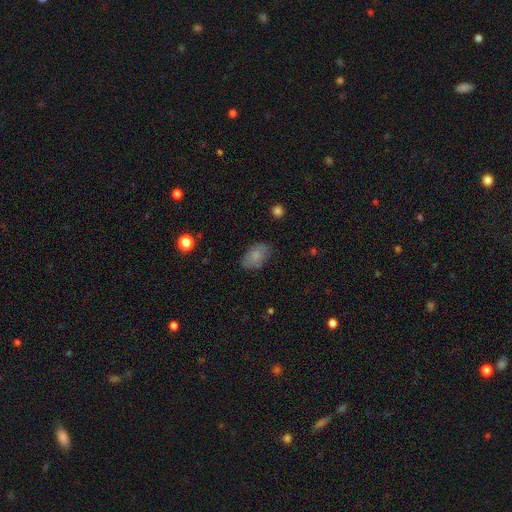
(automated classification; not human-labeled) smooth_or_featured: smooth (p=0.79) [alt: featured or disk p=0.14]
how_rounded: in between (p=0.91) [alt: round p=0.07]
merging: none (p=0.79) [alt: minor disturbance p=0.15]